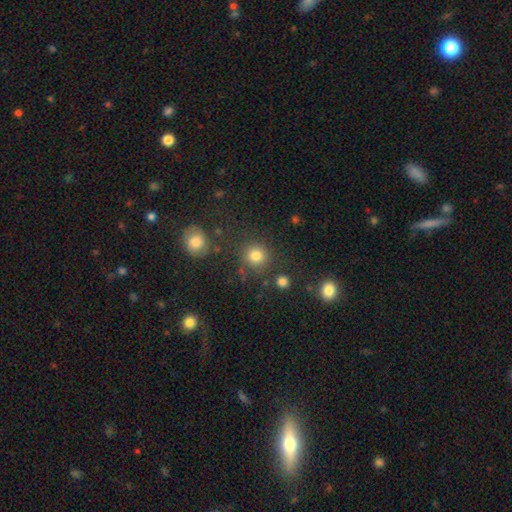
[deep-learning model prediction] This is clearly a smooth galaxy (80%). How rounded: clearly round (90%). Merging: clearly none (81%).